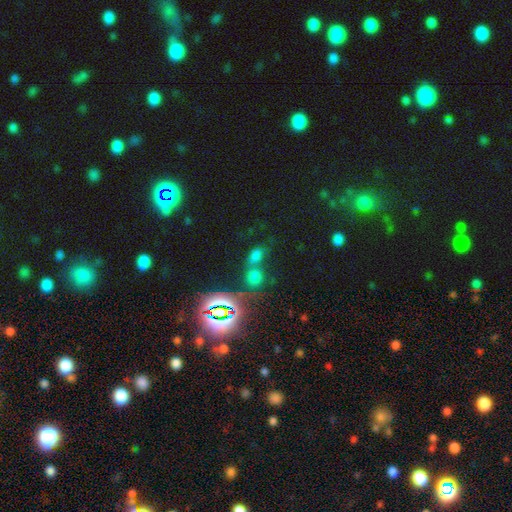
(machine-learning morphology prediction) type=smooth (53%); roundness=in between (58%); merging=merger (43%).